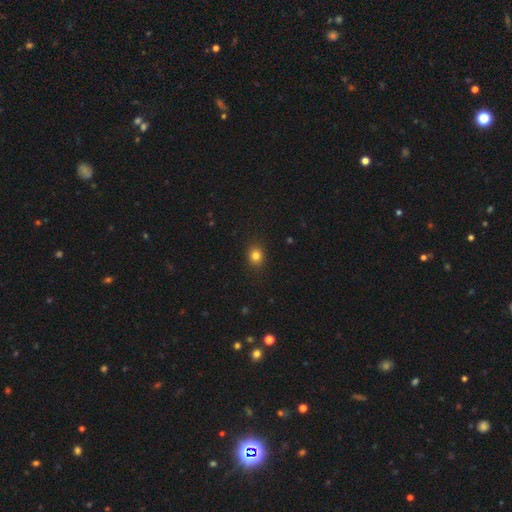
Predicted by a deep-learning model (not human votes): The model was most divided on "how rounded": round: 70%, in between: 29%, cigar-shaped: 1%. More confident: merging — none (89%); smooth or featured — smooth (82%).